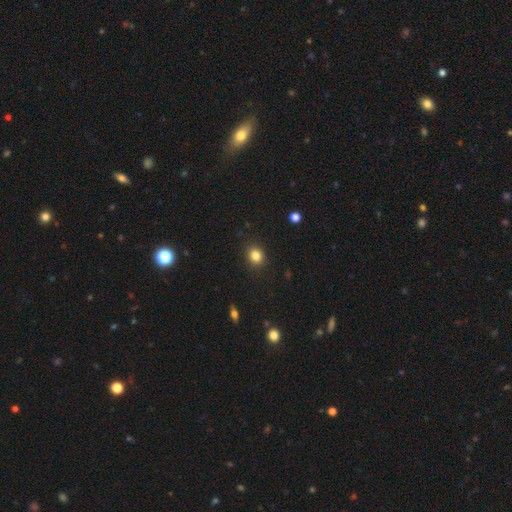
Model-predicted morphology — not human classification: smooth_or_featured: smooth (p=0.84) [alt: star or artifact p=0.11]
how_rounded: round (p=0.74) [alt: in between p=0.26]
merging: none (p=0.90) [alt: minor disturbance p=0.07]